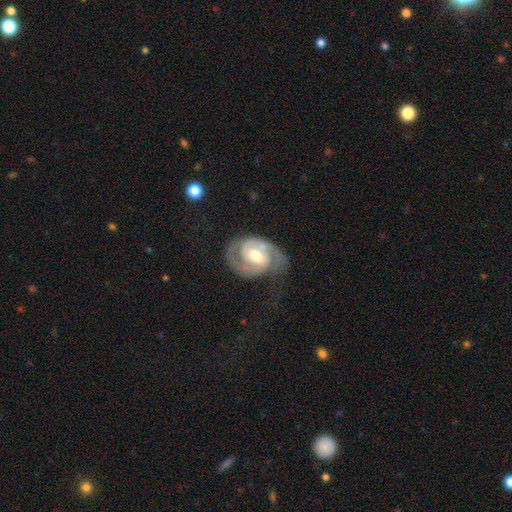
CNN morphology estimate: The model was most divided on "spiral winding": tight: 48%, medium: 42%, loose: 10%. Remaining: edge-on disk — no (98%); spiral arms — yes (96%); smooth or featured — featured or disk (87%); spiral arm count — 2 (85%); bulge size — moderate (68%); merging — none (62%); bar — weak (46%).